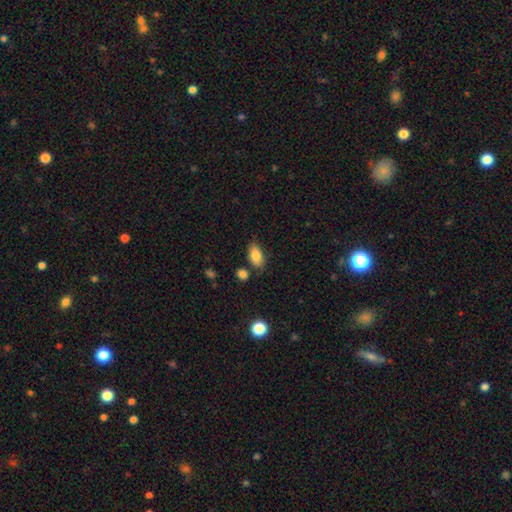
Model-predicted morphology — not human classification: Smooth or featured: smooth — 83% (featured or disk — 9%)
How rounded: in between — 91% (round — 5%)
Merging: none — 75% (minor disturbance — 16%)